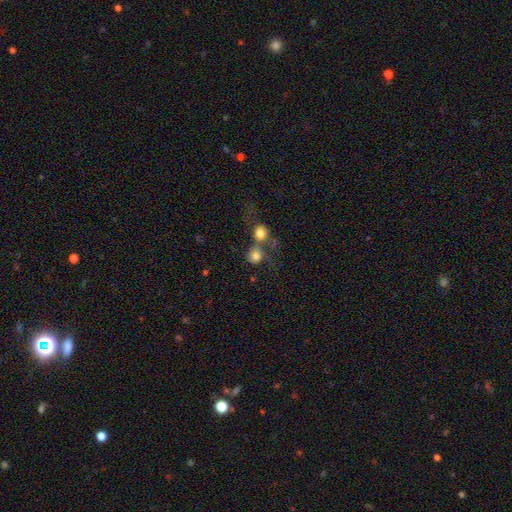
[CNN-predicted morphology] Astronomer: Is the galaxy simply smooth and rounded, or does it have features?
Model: smooth — 78%.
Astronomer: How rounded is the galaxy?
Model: round — 84%.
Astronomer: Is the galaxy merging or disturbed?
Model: merger — 52% (runner-up: none, 32%).